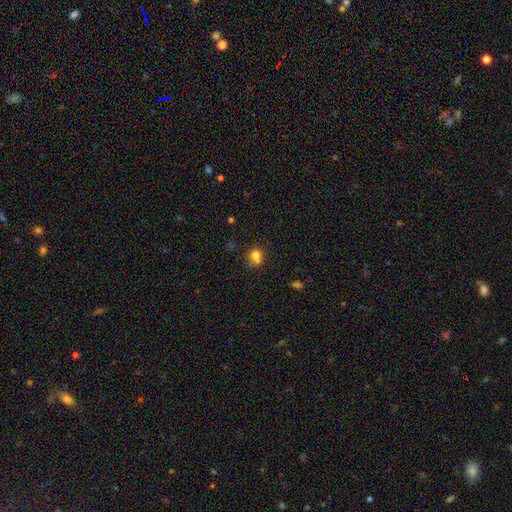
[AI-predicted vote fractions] This appears to be a smooth galaxy with no disk features (75%) that is round (72%). Merging: none (53%).